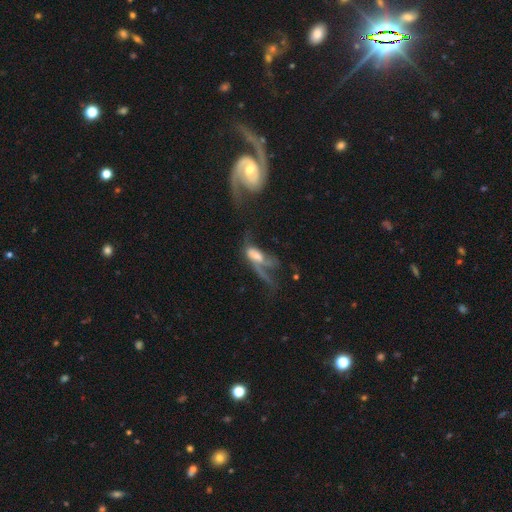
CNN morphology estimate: This appears to be a featured or disk galaxy (60%) with no bar (57%), spiral arms (57%) and a moderate central bulge (40%). Merging: major disturbance (39%).